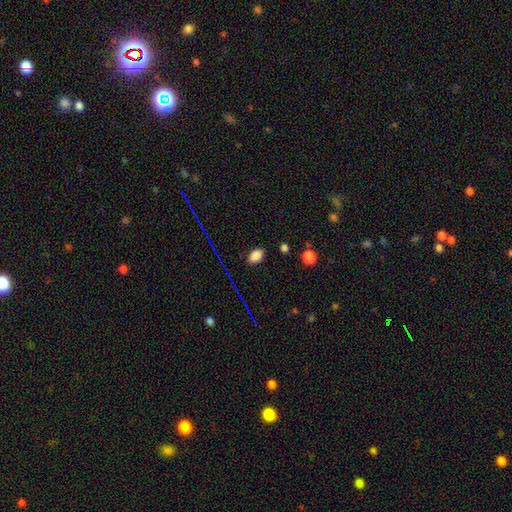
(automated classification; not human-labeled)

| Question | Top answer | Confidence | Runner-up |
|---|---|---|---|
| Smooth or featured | smooth | 82% | star or artifact (13%) |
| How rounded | in between | 89% | round (9%) |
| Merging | none | 85% | minor disturbance (11%) |